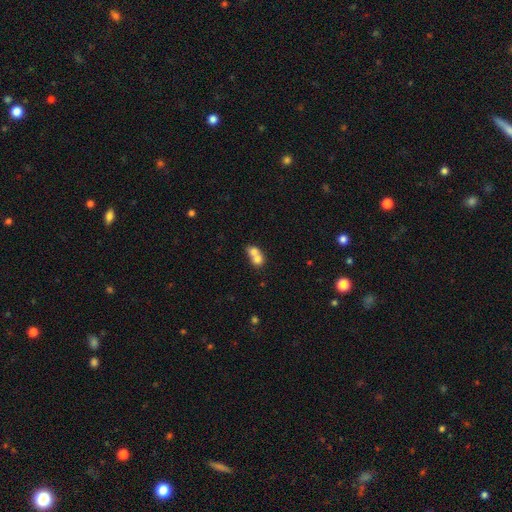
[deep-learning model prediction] smooth-or-featured: smooth: 71% | featured or disk: 20% | star or artifact: 9%
  how-rounded: round: 61% | in between: 37% | cigar-shaped: 1%
  merging: merger: 74% | none: 19% | minor disturbance: 5% | major disturbance: 3%